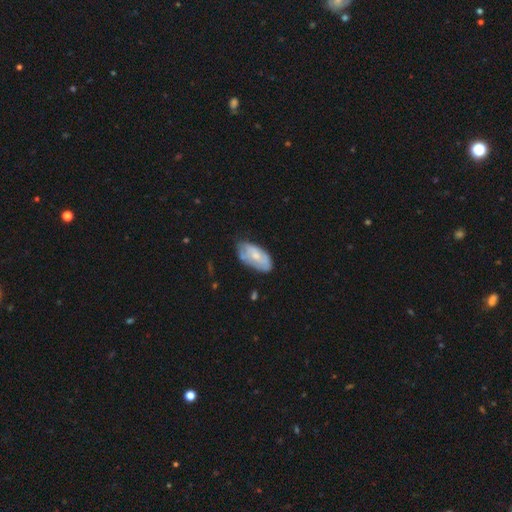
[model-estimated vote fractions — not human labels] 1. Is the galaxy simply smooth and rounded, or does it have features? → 51% smooth, 43% featured or disk, 6% star or artifact.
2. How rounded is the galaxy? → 93% in between, 4% cigar-shaped, 3% round.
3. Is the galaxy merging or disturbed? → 61% none, 29% minor disturbance, 8% major disturbance, 2% merger.